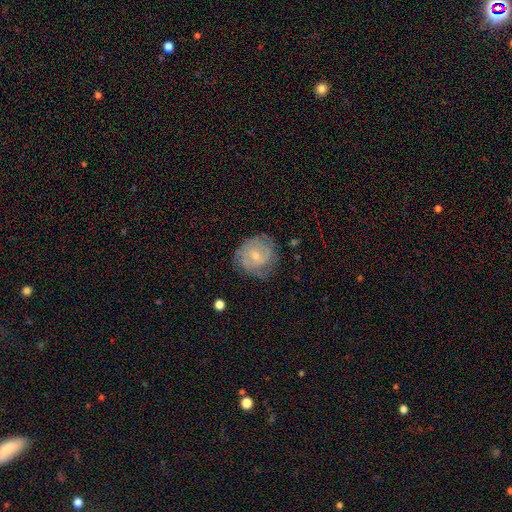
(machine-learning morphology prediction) This appears to be a featured or disk galaxy (65%) with no bar (59%), tight (58%) spiral arms (82%) and a small central bulge (58%). Merging: none (68%).